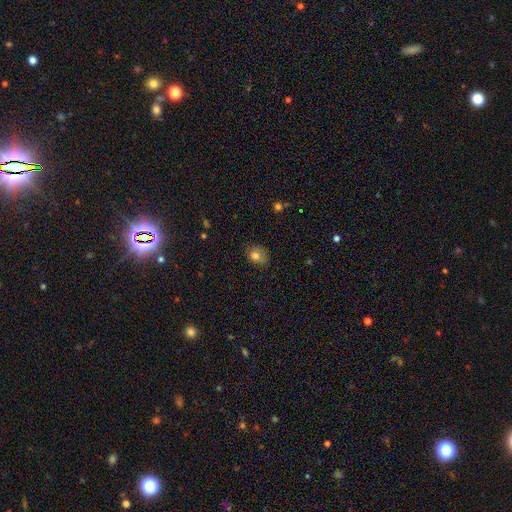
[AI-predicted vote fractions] Morphology: type=smooth (80%); roundness=in between (61%); merging=none (59%).